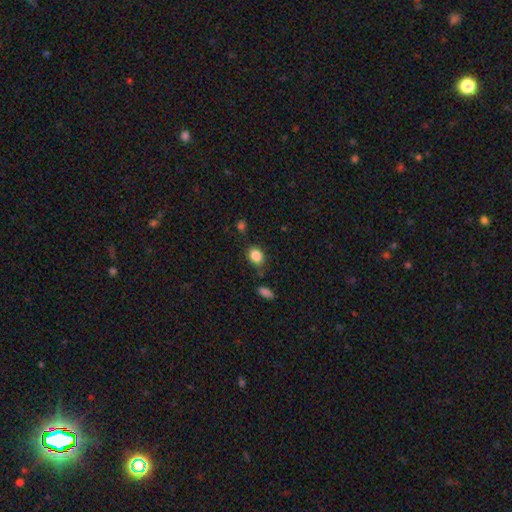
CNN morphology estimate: A smooth galaxy with no disk features (86%) that is in between round and cigar-shaped (59%). Merging: none (75%).